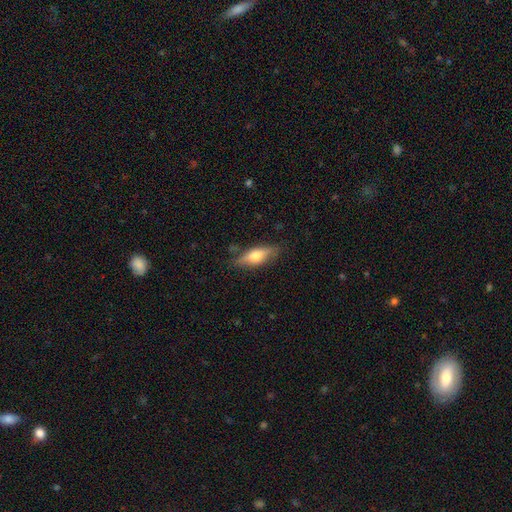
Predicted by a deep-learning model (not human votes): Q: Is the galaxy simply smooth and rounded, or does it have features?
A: smooth — 55%.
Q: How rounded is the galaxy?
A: in between — 56%.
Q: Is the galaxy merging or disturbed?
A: none — 79%.